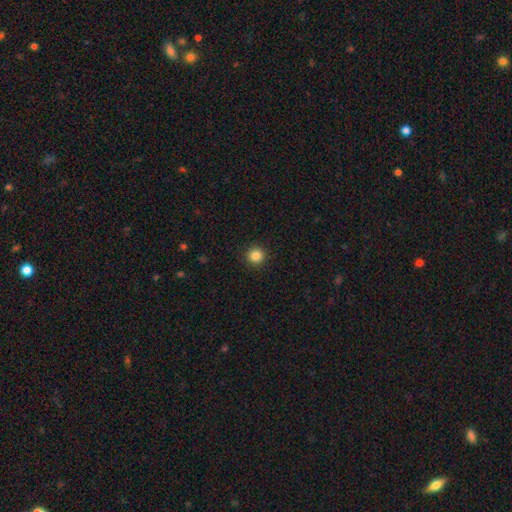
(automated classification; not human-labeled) smooth-or-featured: smooth: 85% | star or artifact: 11% | featured or disk: 4%
  how-rounded: round: 95% | in between: 4% | cigar-shaped: 1%
  merging: none: 93% | minor disturbance: 5% | major disturbance: 2% | merger: 1%